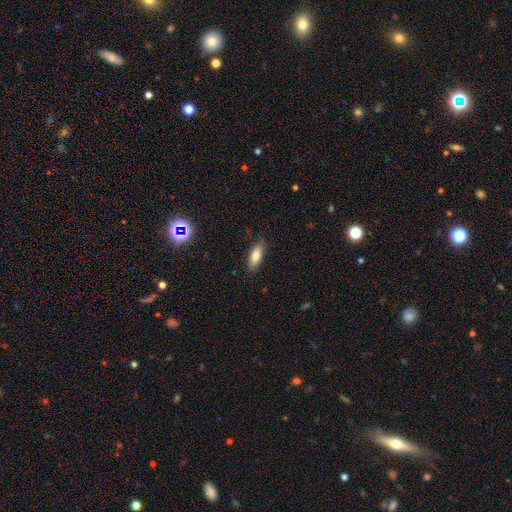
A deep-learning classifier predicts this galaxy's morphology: The model was most divided on "how rounded": in between: 74%, cigar-shaped: 23%, round: 2%. More confident: merging — none (82%); smooth or featured — smooth (80%).